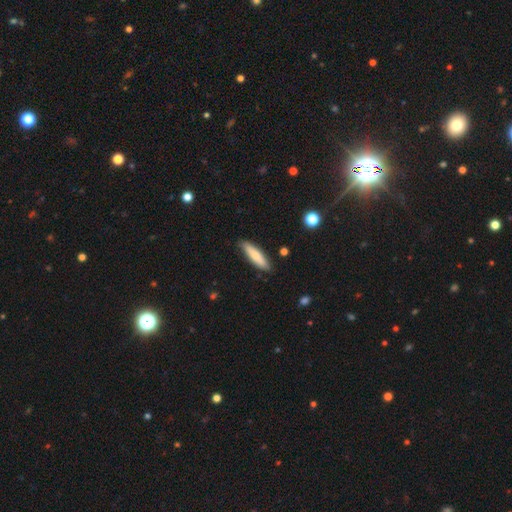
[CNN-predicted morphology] This is likely a smooth galaxy (73%). How rounded: likely cigar-shaped (72%). Merging: clearly none (86%).